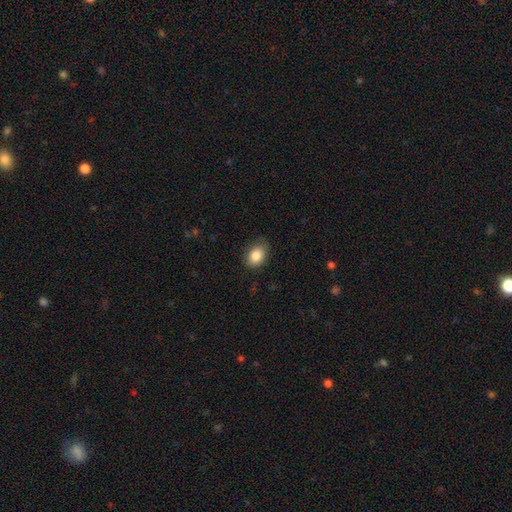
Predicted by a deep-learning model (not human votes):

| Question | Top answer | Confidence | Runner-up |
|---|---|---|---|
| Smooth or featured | smooth | 86% | star or artifact (8%) |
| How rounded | in between | 70% | round (29%) |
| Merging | none | 78% | minor disturbance (17%) |